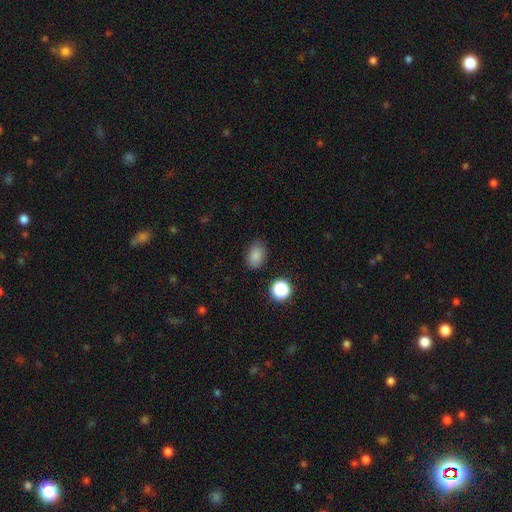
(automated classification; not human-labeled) smooth-or-featured: smooth: 83% | star or artifact: 12% | featured or disk: 4%
  how-rounded: in between: 80% | round: 19% | cigar-shaped: 1%
  merging: none: 84% | minor disturbance: 11% | major disturbance: 3% | merger: 2%